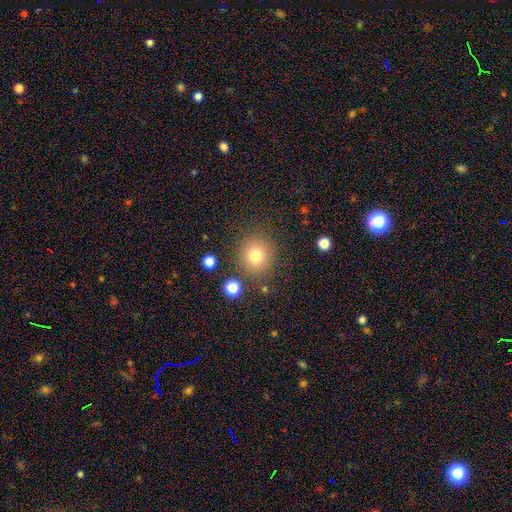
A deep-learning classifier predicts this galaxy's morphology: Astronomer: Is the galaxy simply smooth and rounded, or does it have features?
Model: smooth — 77%.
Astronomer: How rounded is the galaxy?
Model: round — 88%.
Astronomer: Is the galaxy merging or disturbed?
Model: none — 83%.